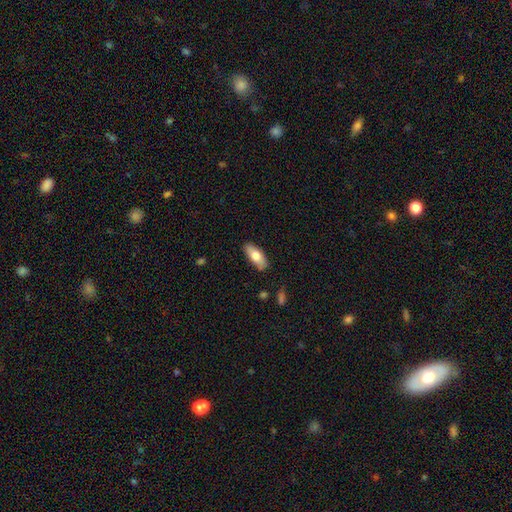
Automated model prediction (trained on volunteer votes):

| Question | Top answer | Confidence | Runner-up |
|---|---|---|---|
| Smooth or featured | smooth | 72% | featured or disk (22%) |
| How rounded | in between | 81% | cigar-shaped (17%) |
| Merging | none | 85% | minor disturbance (12%) |